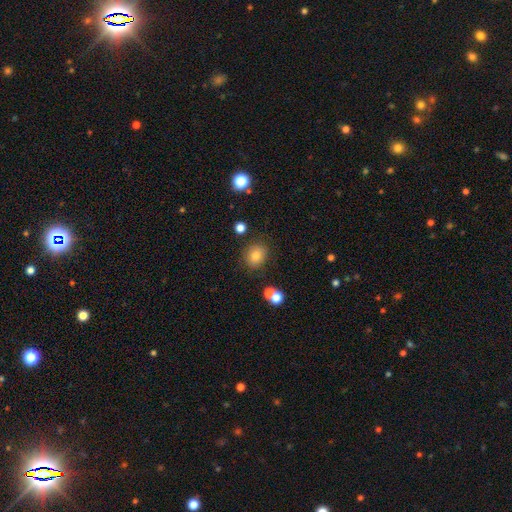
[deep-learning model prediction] This appears to be a smooth galaxy with no disk features (78%) that is round (71%). Merging: none (81%).